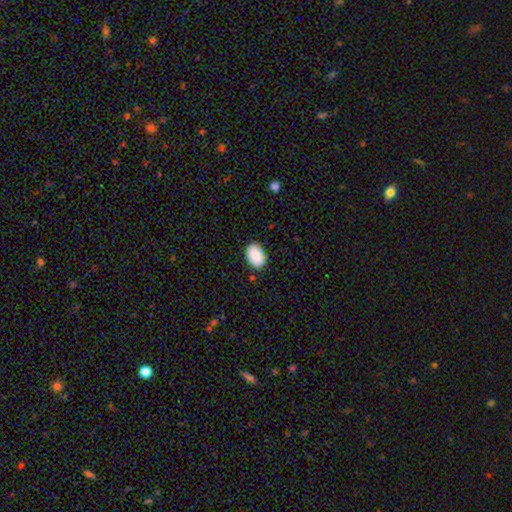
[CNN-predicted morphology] type=smooth (90%); roundness=in between (86%); merging=none (86%).